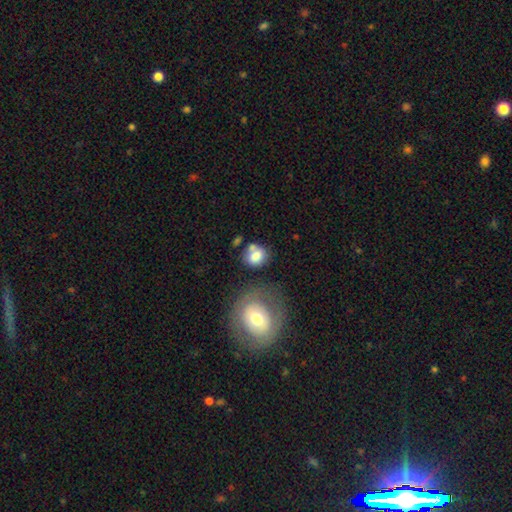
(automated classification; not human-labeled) smooth_or_featured: smooth (p=0.79) [alt: featured or disk p=0.13]
how_rounded: round (p=0.63) [alt: in between p=0.36]
merging: none (p=0.52) [alt: merger p=0.24]